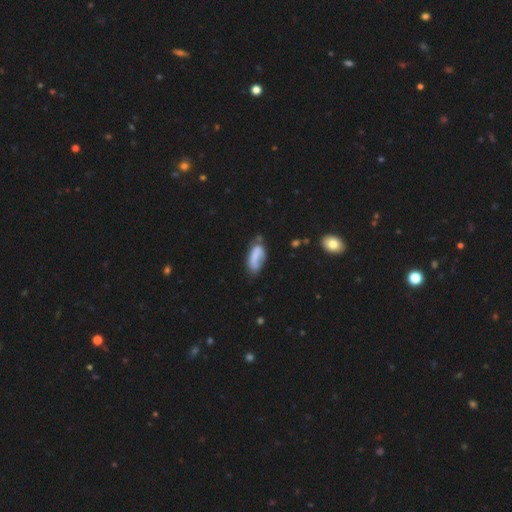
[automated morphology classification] Smooth or featured? Predicted: smooth (p=0.64). How rounded? Predicted: in between (p=0.85). Merging? Predicted: none (p=0.43).